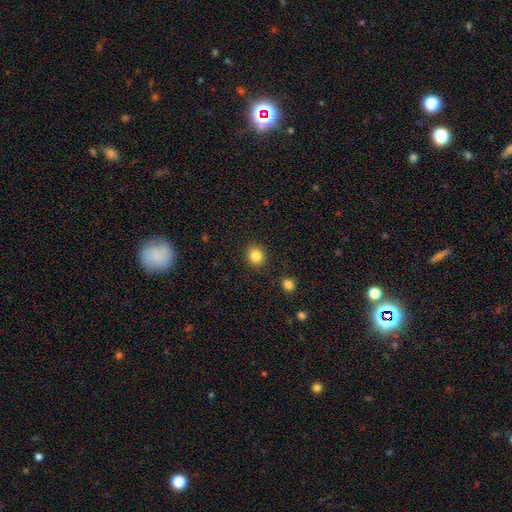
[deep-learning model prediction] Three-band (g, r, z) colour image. It shows a smooth galaxy with no disk features (84%) that is round (84%). Merging: none (89%).